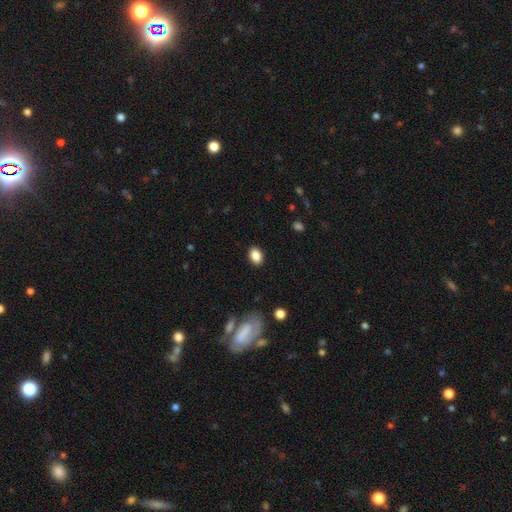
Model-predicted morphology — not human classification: The model was most divided on "how rounded": in between: 80%, round: 19%, cigar-shaped: 1%. More confident: merging — none (88%); smooth or featured — smooth (87%).